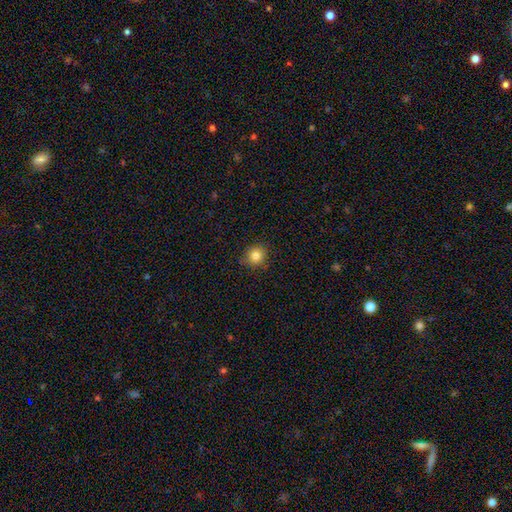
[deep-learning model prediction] Smooth or featured: smooth — 82% (star or artifact — 11%)
How rounded: round — 88% (in between — 11%)
Merging: none — 85% (minor disturbance — 11%)